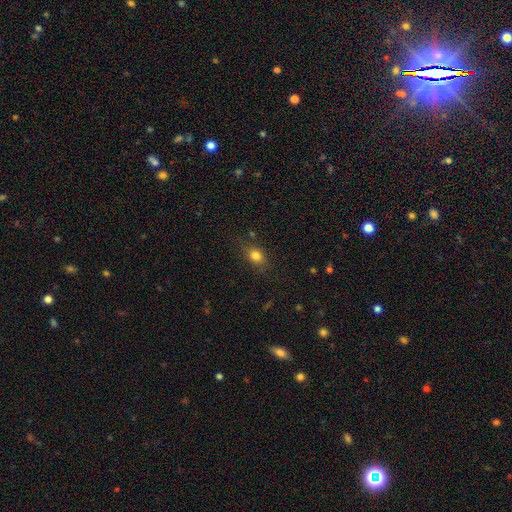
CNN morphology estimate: smooth_or_featured: smooth (p=0.80) [alt: star or artifact p=0.12]
how_rounded: in between (p=0.59) [alt: round p=0.39]
merging: none (p=0.75) [alt: minor disturbance p=0.18]